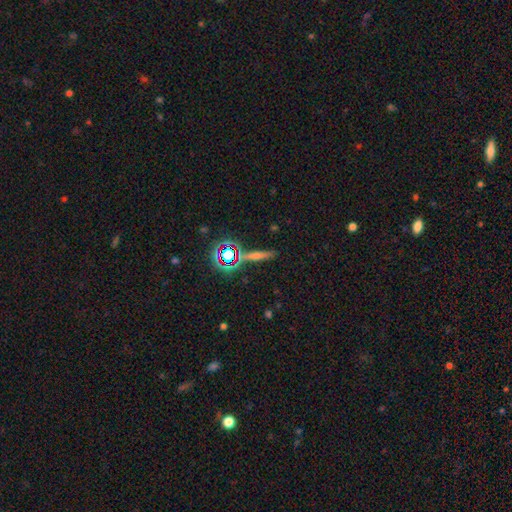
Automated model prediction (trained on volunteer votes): A featured or disk galaxy (38%). Merging: none (81%).